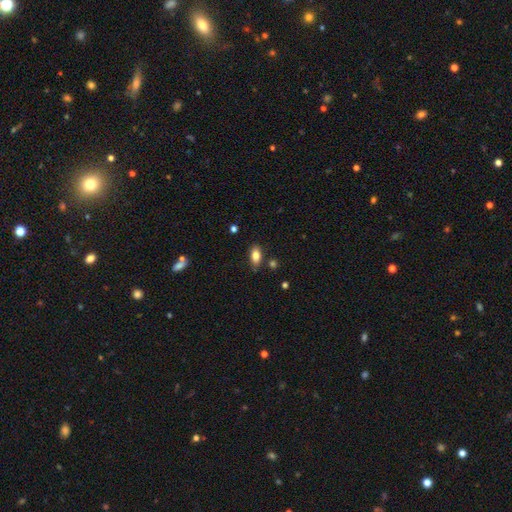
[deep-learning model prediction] Smooth or featured?
  - smooth: 81% *
  - featured or disk: 11%
  - star or artifact: 8%
How rounded?
  - in between: 89% *
  - cigar-shaped: 6%
  - round: 5%
Merging?
  - none: 81% *
  - minor disturbance: 13%
  - merger: 3%
  - major disturbance: 3%